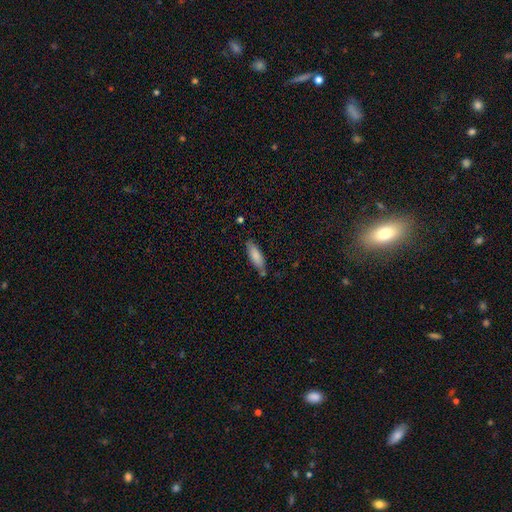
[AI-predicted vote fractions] smooth_or_featured: smooth (p=0.83) [alt: featured or disk p=0.11]
how_rounded: cigar-shaped (p=0.49) [tied with: in between p=0.49]
merging: none (p=0.70) [alt: minor disturbance p=0.19]